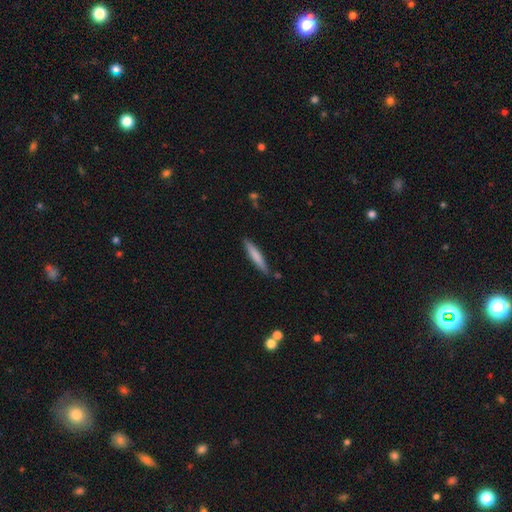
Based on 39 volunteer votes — Smooth or featured?
  - smooth: 87% *
  - featured or disk: 10%
  - star or artifact: 3%
How rounded?
  - cigar-shaped: 97% *
  - in between: 3%
  - round: 0%
Merging?
  - none: 84% *
  - minor disturbance: 11%
  - major disturbance: 3%
  - merger: 3%